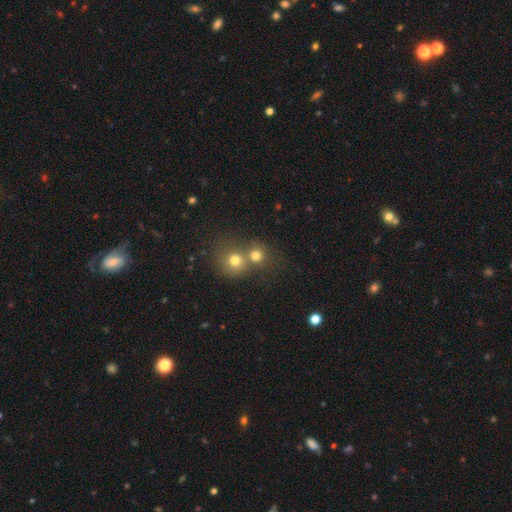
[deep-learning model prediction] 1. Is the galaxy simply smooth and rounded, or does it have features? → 74% smooth, 15% star or artifact, 11% featured or disk.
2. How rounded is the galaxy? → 84% round, 15% in between, 1% cigar-shaped.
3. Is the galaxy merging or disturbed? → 48% merger, 43% none, 6% minor disturbance, 3% major disturbance.